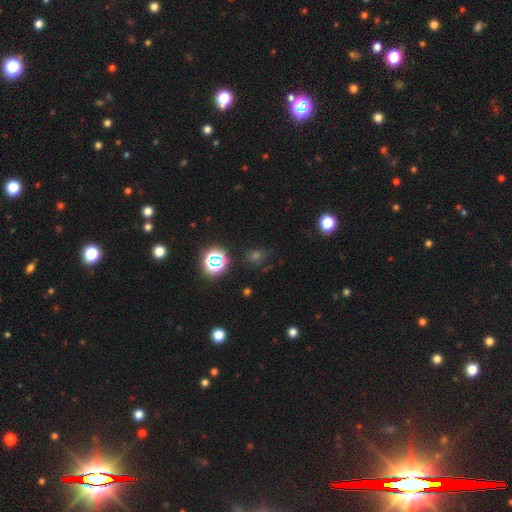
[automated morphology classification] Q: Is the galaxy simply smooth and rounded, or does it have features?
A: star or artifact — 52%.